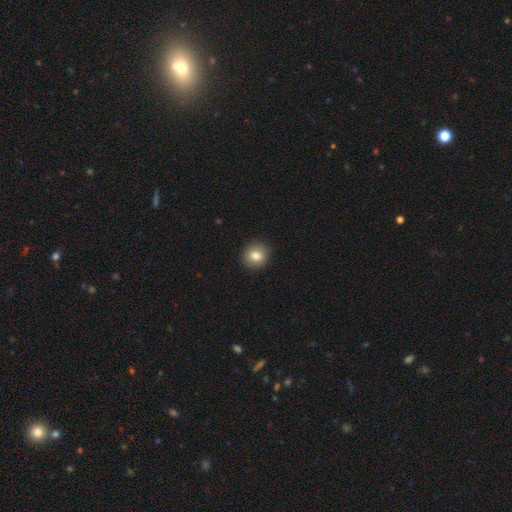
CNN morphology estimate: Smooth or featured? smooth (82%)
How rounded? round (88%)
Merging? none (92%)